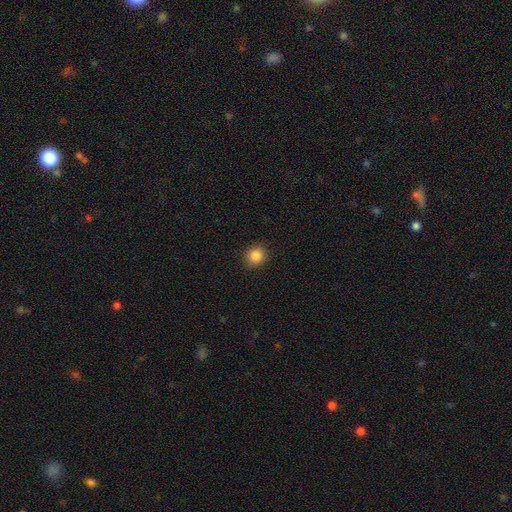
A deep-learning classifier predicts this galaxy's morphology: This appears to be a smooth galaxy with no disk features (86%) that is round (88%). Merging: none (91%).